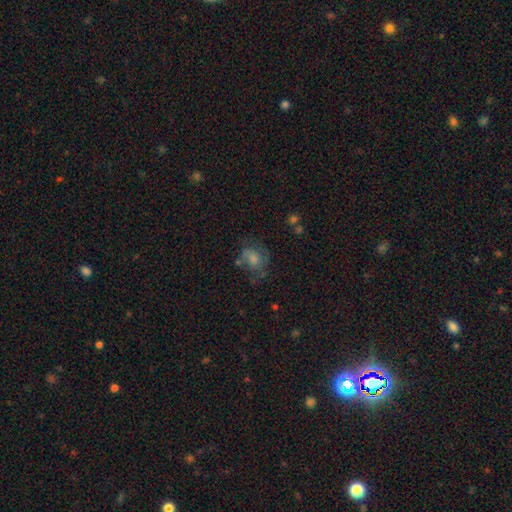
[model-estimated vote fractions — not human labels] Q: Smooth or featured?
A: featured or disk (36%); runner-up: star or artifact (33%)
Q: Merging?
A: none (66%); runner-up: minor disturbance (17%)